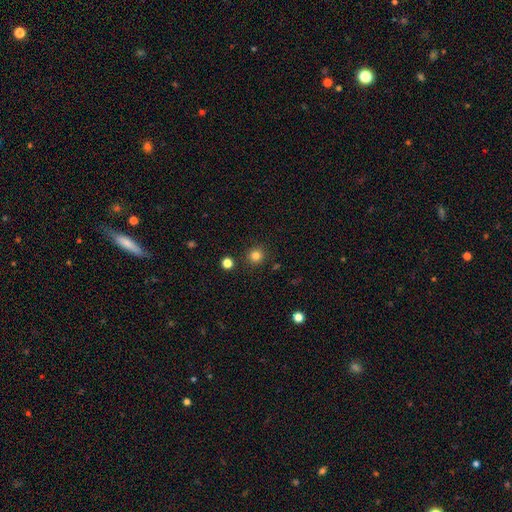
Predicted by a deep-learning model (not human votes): smooth 82%, star or artifact 13%, featured or disk 5%. Down the decision tree: how rounded — round (93%); merging — none (89%).